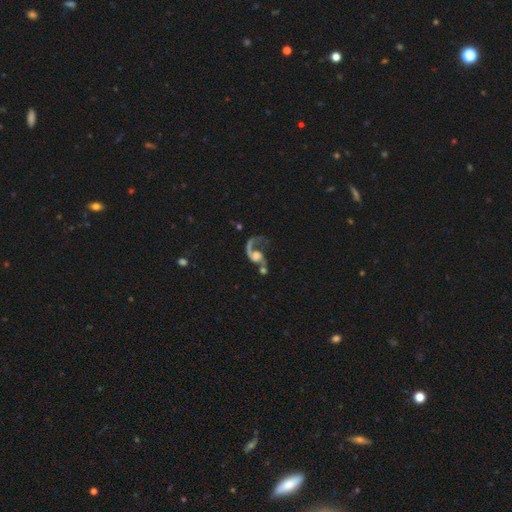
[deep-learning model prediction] Q: Smooth or featured?
A: featured or disk (76%); runner-up: smooth (16%)
Q: Edge-on disk?
A: no (97%); runner-up: yes (3%)
Q: Bar?
A: no (68%); runner-up: weak (25%)
Q: Spiral arms?
A: yes (88%); runner-up: no (12%)
Q: Spiral winding?
A: loose (69%); runner-up: medium (25%)
Q: Spiral arm count?
A: 1 (65%); runner-up: 2 (29%)
Q: Bulge size?
A: moderate (36%); runner-up: large (28%)
Q: Merging?
A: major disturbance (39%); runner-up: none (26%)